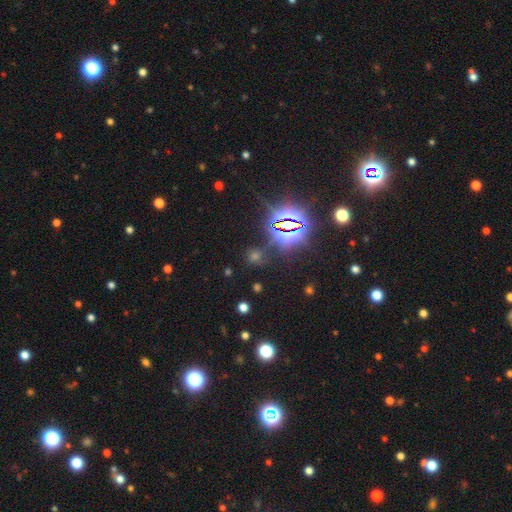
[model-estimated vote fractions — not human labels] Smooth or featured?
  - star or artifact: 69% *
  - smooth: 24%
  - featured or disk: 7%